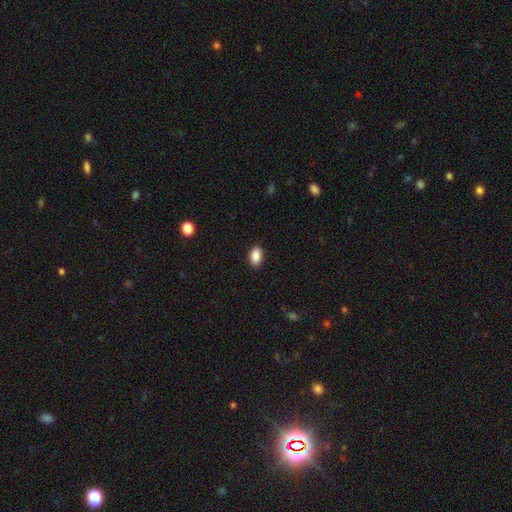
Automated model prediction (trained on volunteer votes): Smooth or featured: smooth — 88% (star or artifact — 7%)
How rounded: in between — 92% (round — 5%)
Merging: none — 90% (minor disturbance — 8%)